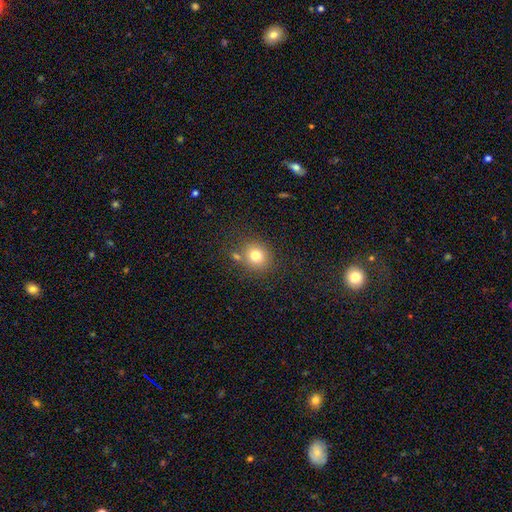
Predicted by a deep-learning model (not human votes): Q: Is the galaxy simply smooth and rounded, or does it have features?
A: smooth — 78%.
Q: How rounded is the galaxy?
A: round — 82%.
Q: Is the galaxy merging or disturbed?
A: none — 74%.